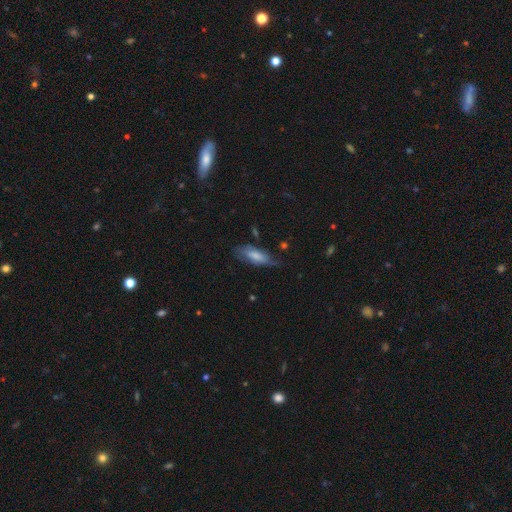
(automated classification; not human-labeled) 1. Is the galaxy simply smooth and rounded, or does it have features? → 63% smooth, 30% featured or disk, 7% star or artifact.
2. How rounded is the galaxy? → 63% in between, 35% cigar-shaped, 2% round.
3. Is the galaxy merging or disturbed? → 58% none, 29% minor disturbance, 10% major disturbance, 3% merger.